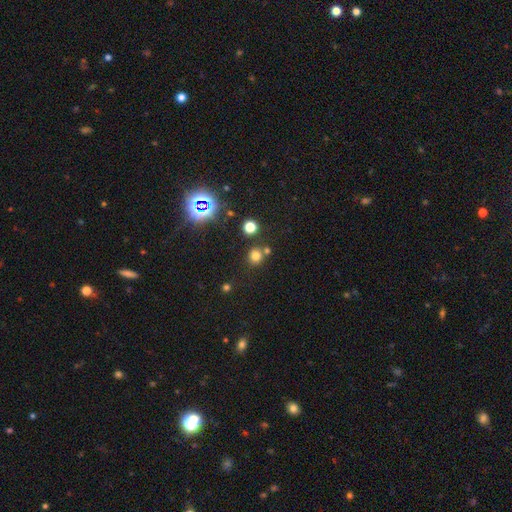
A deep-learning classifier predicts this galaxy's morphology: This is likely a smooth galaxy (71%). How rounded: clearly round (87%). Merging: likely none (70%).